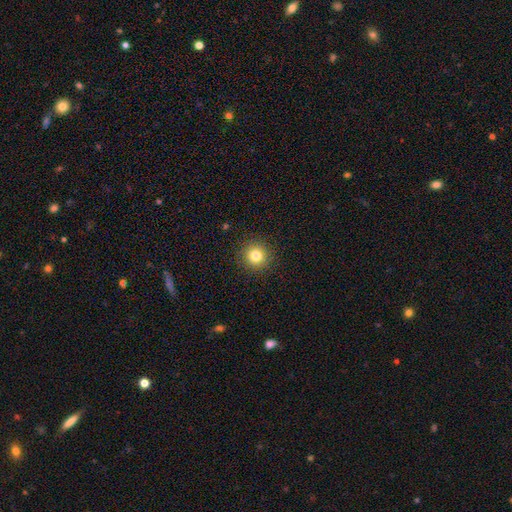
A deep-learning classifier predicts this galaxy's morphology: smooth-or-featured: smooth: 81% | star or artifact: 12% | featured or disk: 7%
  how-rounded: round: 95% | in between: 5% | cigar-shaped: 1%
  merging: none: 91% | minor disturbance: 5% | major disturbance: 2% | merger: 1%